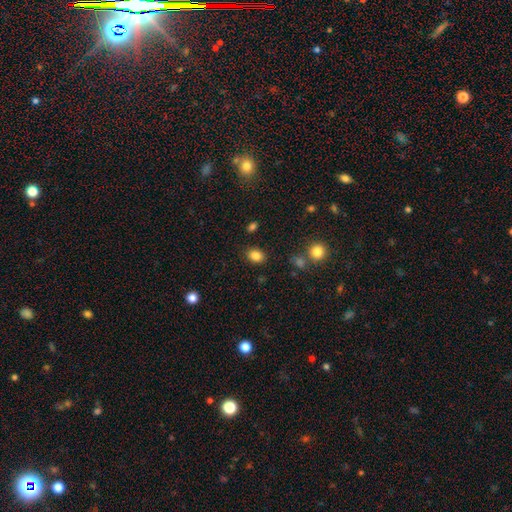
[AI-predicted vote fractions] Smooth or featured?
  - smooth: 85% *
  - star or artifact: 10%
  - featured or disk: 5%
How rounded?
  - in between: 61% *
  - round: 38%
  - cigar-shaped: 1%
Merging?
  - none: 85% *
  - minor disturbance: 9%
  - major disturbance: 3%
  - merger: 3%